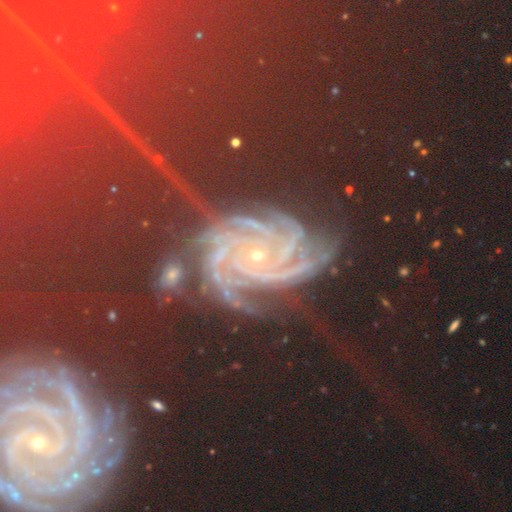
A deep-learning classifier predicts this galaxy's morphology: smooth-or-featured: star or artifact: 44% | featured or disk: 39% | smooth: 17%